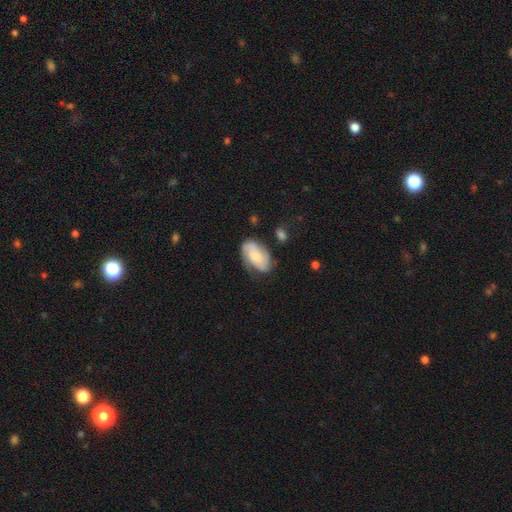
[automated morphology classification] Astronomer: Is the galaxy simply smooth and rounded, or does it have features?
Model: featured or disk — 52% (runner-up: smooth, 41%).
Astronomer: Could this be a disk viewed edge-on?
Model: no — 95%.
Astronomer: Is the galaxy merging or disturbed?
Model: none — 63%.